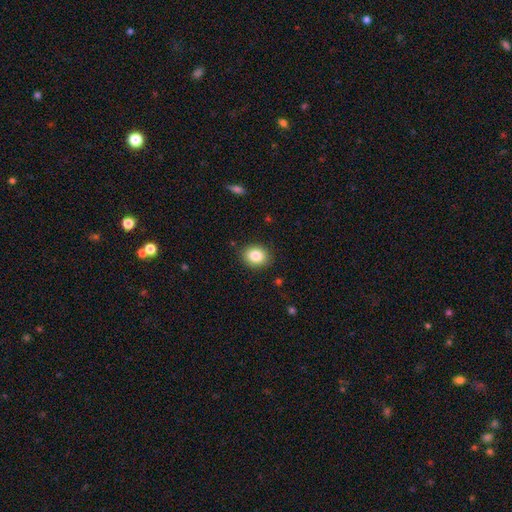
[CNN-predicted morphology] smooth 84%, star or artifact 9%, featured or disk 7%. Down the decision tree: how rounded — in between (51%); merging — none (88%).